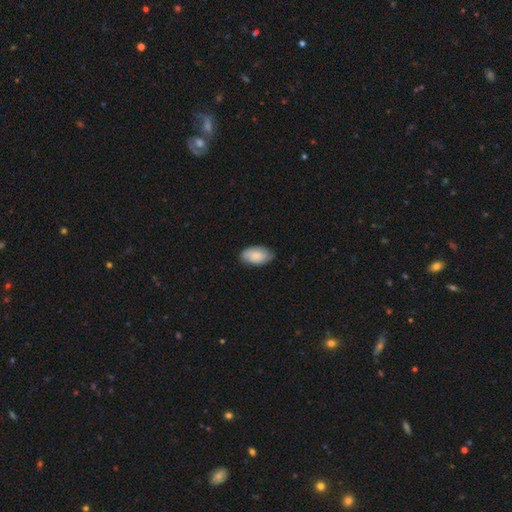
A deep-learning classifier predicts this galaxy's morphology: smooth 72%, featured or disk 21%, star or artifact 7%. Down the decision tree: how rounded — in between (94%); merging — none (74%).